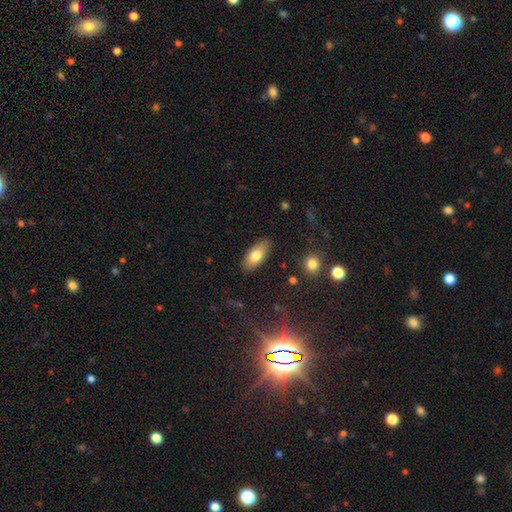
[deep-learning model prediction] smooth 77%, featured or disk 17%, star or artifact 7%. Down the decision tree: how rounded — in between (86%); merging — none (87%).